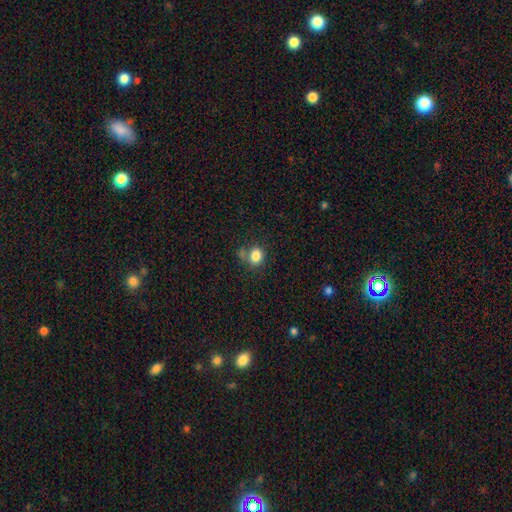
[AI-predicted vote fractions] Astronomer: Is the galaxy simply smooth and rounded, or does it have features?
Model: smooth — 83%.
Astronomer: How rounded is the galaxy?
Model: in between — 52% (runner-up: round, 47%).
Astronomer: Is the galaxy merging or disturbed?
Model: none — 62%.